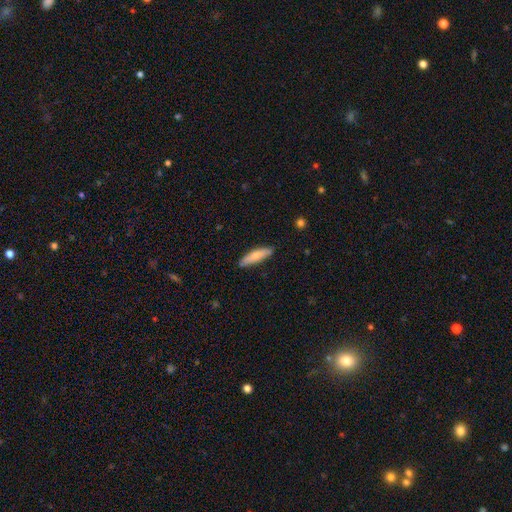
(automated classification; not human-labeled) A smooth galaxy with no disk features (74%) that is cigar-shaped (74%).

Vote fractions:
- Smooth or featured? smooth: 74% / featured or disk: 21% / star or artifact: 5%
- How rounded? cigar-shaped: 74% / in between: 25% / round: 2%
- Merging? none: 87% / minor disturbance: 10% / major disturbance: 2% / merger: 1%